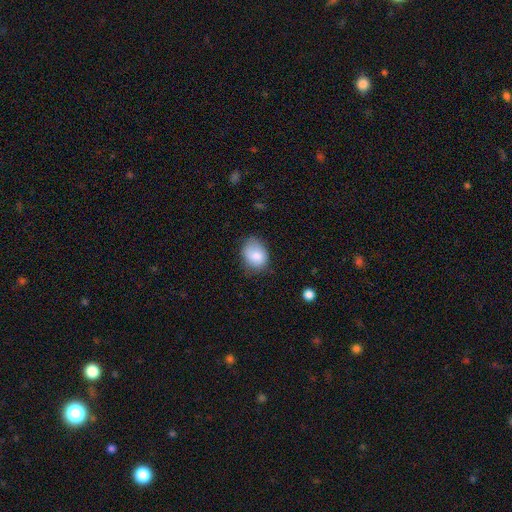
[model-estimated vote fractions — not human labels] smooth-or-featured: smooth: 83% | featured or disk: 9% | star or artifact: 8%
  how-rounded: in between: 61% | round: 38% | cigar-shaped: 1%
  merging: none: 62% | minor disturbance: 29% | major disturbance: 7% | merger: 2%